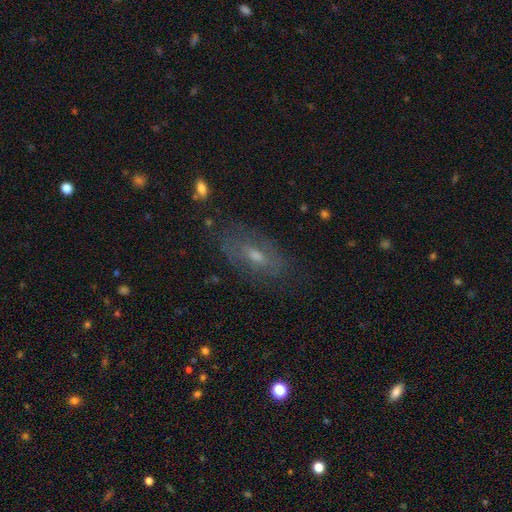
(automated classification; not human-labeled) Smooth or featured: featured or disk — 50% (smooth — 38%)
Merging: none — 73% (minor disturbance — 18%)